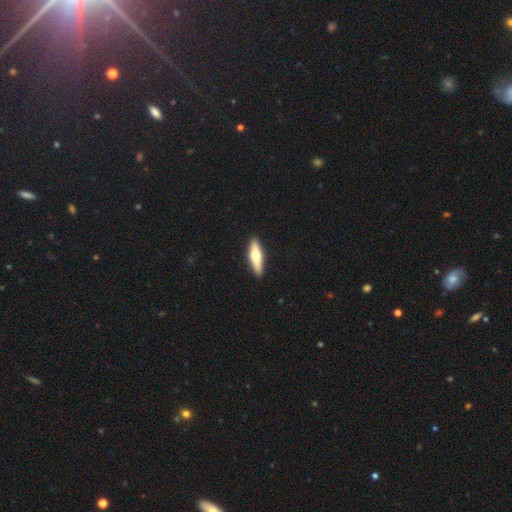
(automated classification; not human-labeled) A smooth galaxy with no disk features (47%, tied with featured or disk). Merging: none (90%).